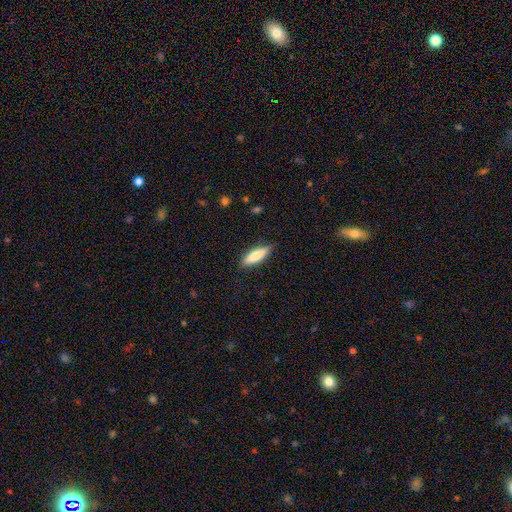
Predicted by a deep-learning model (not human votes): Smooth or featured? Predicted: smooth (p=0.73). How rounded? Predicted: cigar-shaped (p=0.64). Merging? Predicted: none (p=0.83).